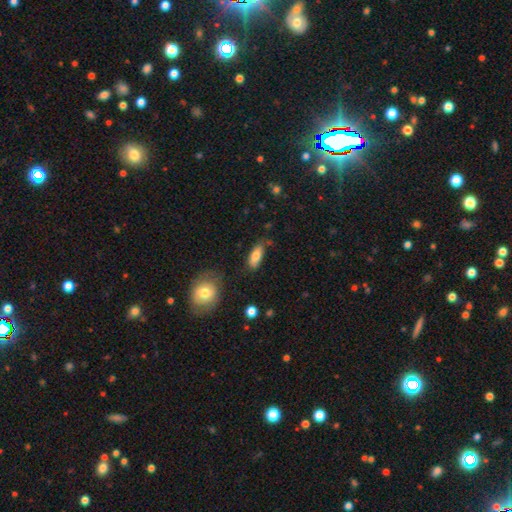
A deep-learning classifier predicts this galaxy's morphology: Overall: smooth (79%). How rounded: in between (79%). Merging: none (61%; minor disturbance 26%).